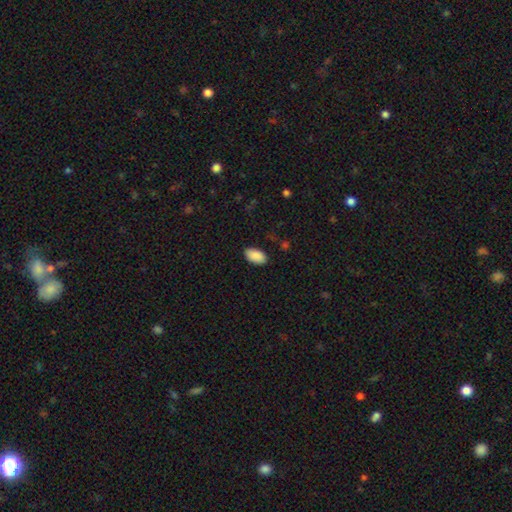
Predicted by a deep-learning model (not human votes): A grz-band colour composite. It shows a smooth galaxy with no disk features (90%) that is in between round and cigar-shaped (95%). Merging: none (87%).